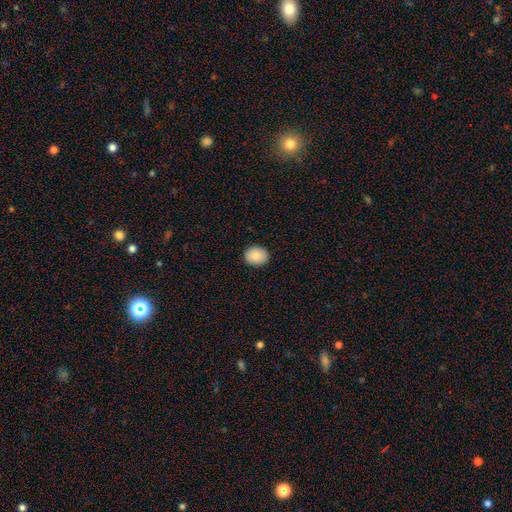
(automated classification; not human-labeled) Smooth or featured: smooth — 88% (star or artifact — 7%)
How rounded: round — 54% (in between — 45%)
Merging: none — 90% (minor disturbance — 7%)